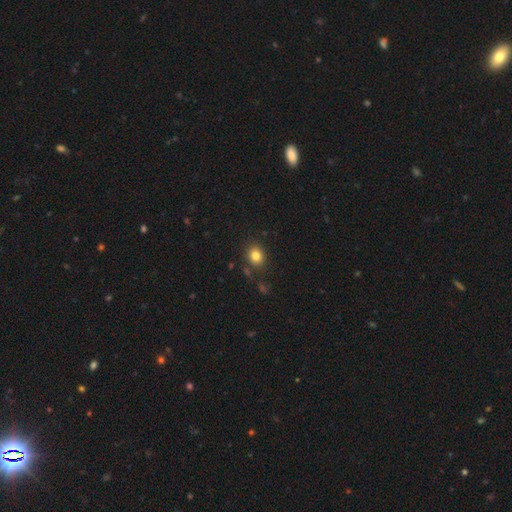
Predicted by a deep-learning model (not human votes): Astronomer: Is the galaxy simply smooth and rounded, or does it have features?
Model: smooth — 82%.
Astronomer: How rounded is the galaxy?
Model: round — 65%.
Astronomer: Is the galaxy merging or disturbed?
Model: none — 83%.